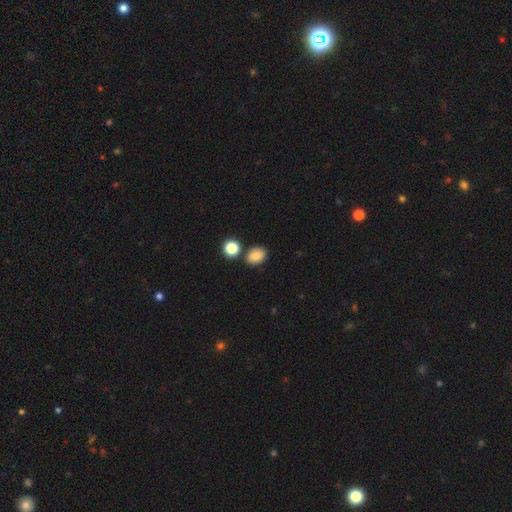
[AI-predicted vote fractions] The model was most divided on "how rounded": in between: 63%, round: 36%, cigar-shaped: 1%. More confident: smooth or featured — smooth (81%); merging — none (76%).